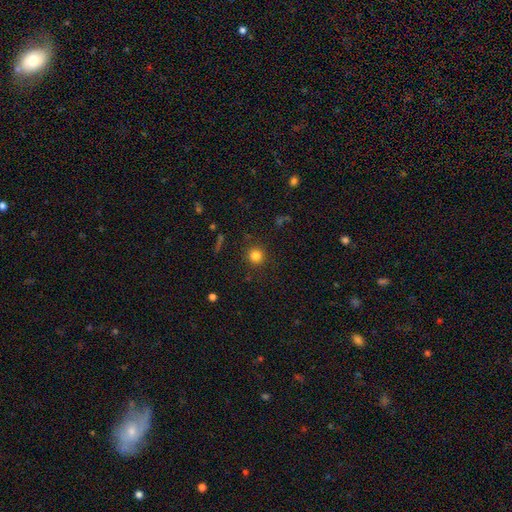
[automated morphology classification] smooth_or_featured: smooth (p=0.81) [alt: star or artifact p=0.13]
how_rounded: round (p=0.93) [alt: in between p=0.06]
merging: none (p=0.89) [alt: minor disturbance p=0.07]